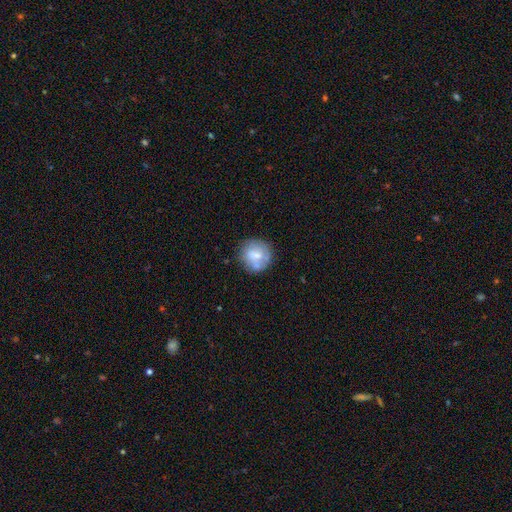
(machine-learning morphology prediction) A smooth galaxy with no disk features (62%) that is round (86%). Merging: none (66%).